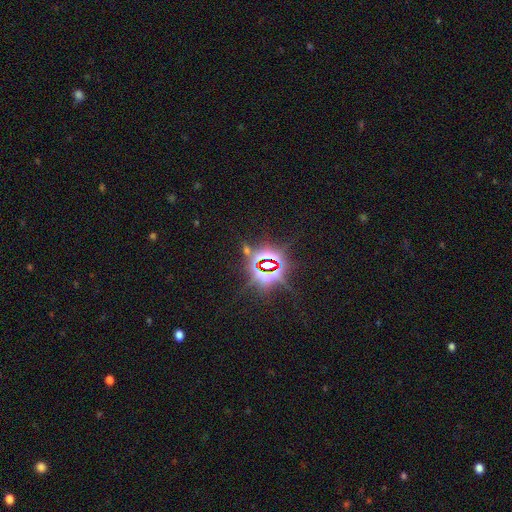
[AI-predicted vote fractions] Q: Smooth or featured?
A: star or artifact (84%); runner-up: smooth (8%)